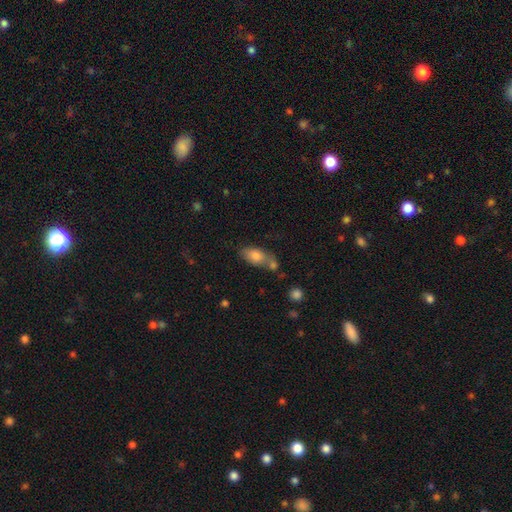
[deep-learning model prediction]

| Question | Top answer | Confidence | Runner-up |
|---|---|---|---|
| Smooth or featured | smooth | 80% | featured or disk (12%) |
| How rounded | in between | 89% | round (6%) |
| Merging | none | 43% | merger (35%) |